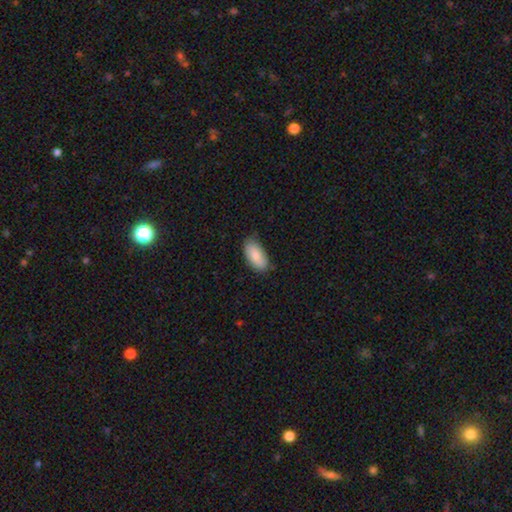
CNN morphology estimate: smooth 84%, featured or disk 10%, star or artifact 6%. Down the decision tree: how rounded — in between (94%); merging — none (78%).